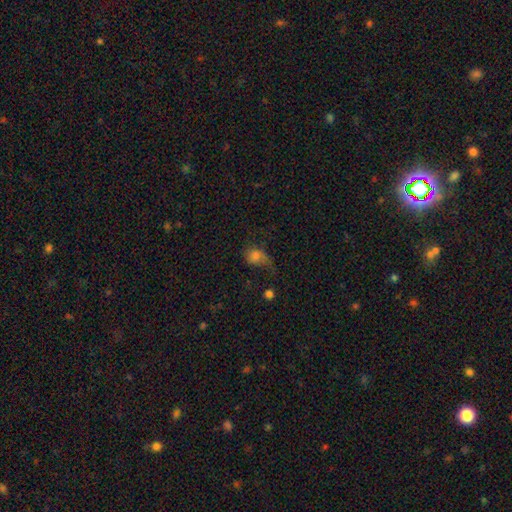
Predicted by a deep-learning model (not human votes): The model was most divided on "how rounded" (2-way tie): round: 49%, in between: 49%, cigar-shaped: 2%. Remaining: smooth or featured — smooth (67%); merging — major disturbance (37%).